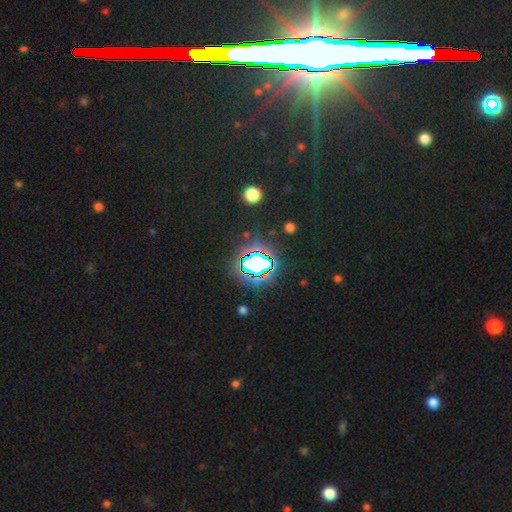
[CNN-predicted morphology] smooth-or-featured: star or artifact: 82% | smooth: 9% | featured or disk: 9%